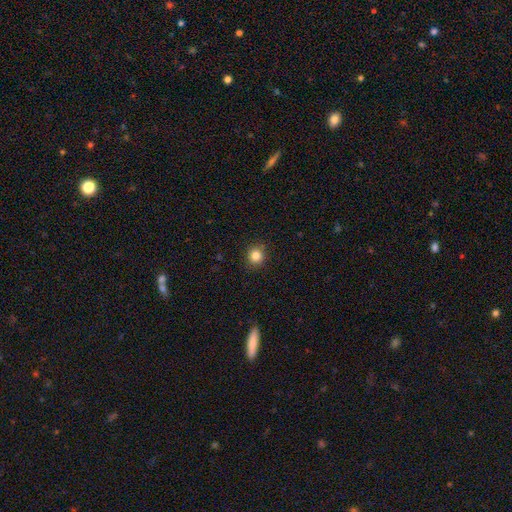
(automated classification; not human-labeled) Smooth or featured? Predicted: smooth (p=0.84). How rounded? Predicted: round (p=0.88). Merging? Predicted: none (p=0.90).